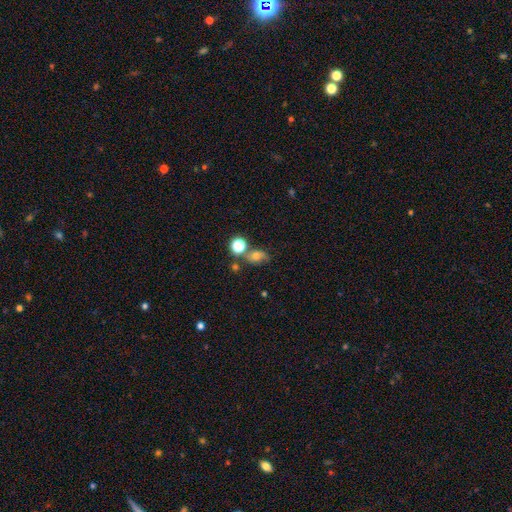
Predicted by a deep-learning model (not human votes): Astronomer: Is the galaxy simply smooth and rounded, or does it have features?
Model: smooth — 56%.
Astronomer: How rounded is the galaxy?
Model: in between — 57% (runner-up: round, 41%).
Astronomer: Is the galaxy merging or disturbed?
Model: none — 52%.